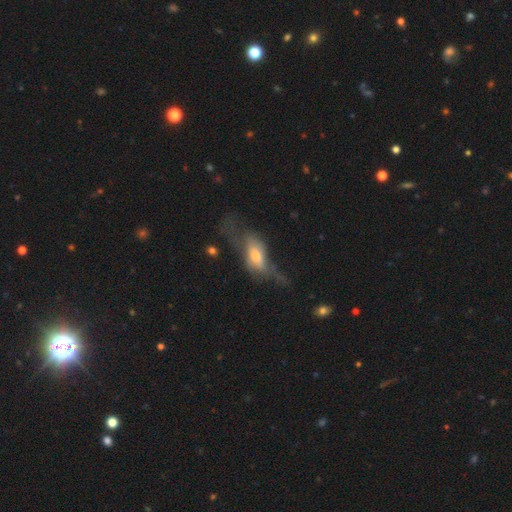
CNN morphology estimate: Overall: featured or disk (49%; smooth 43%). Merging: major disturbance (46%; none 28%).